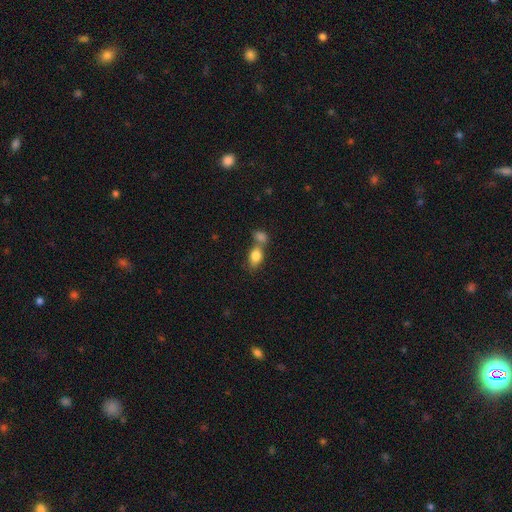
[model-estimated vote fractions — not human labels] This appears to be a smooth galaxy with no disk features (83%) that is in between round and cigar-shaped (82%). Merging: merger (49%).